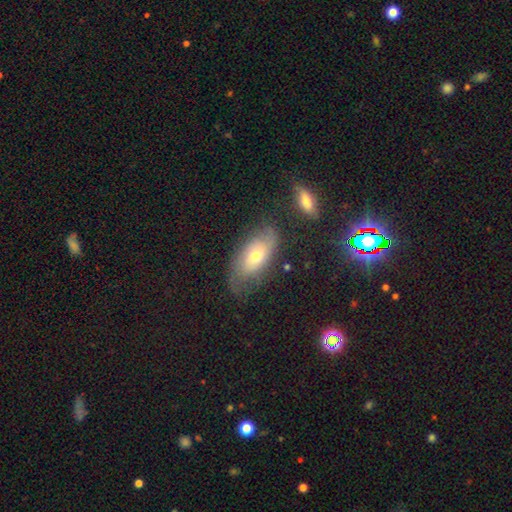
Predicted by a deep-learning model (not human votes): Smooth or featured? Predicted: featured or disk (p=0.47). Merging? Predicted: none (p=0.61).